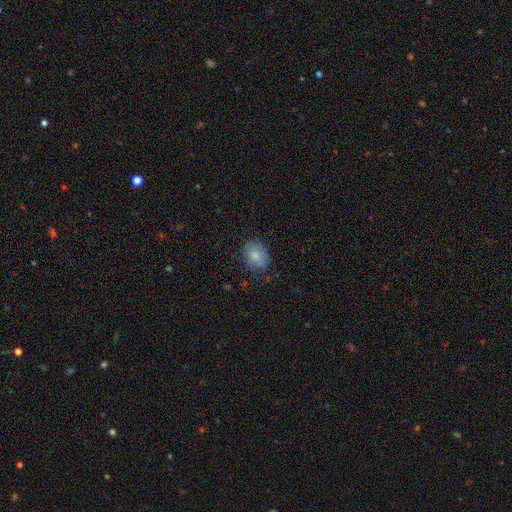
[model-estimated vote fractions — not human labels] Smooth or featured: smooth — 80% (featured or disk — 12%)
How rounded: in between — 57% (round — 42%)
Merging: none — 71% (minor disturbance — 21%)